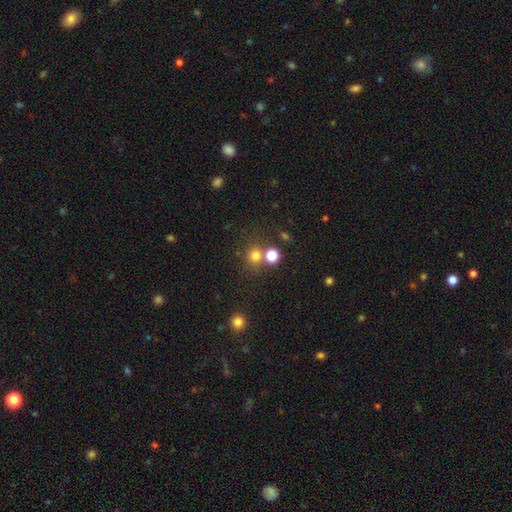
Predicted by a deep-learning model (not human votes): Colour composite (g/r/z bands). It shows a smooth galaxy with no disk features (75%) that is round (87%). Merging: none (65%).